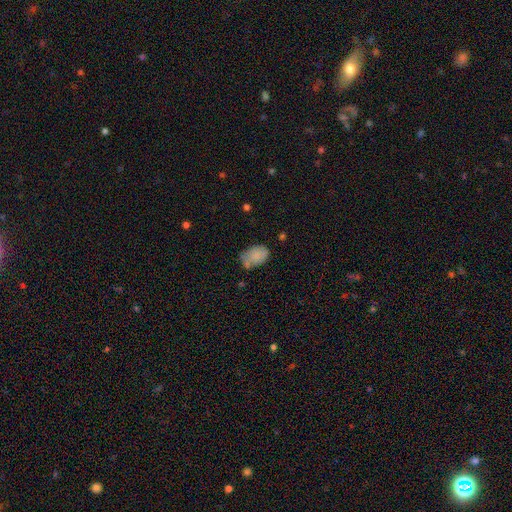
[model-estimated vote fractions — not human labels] Smooth or featured?
  - smooth: 81% *
  - featured or disk: 10%
  - star or artifact: 9%
How rounded?
  - in between: 85% *
  - round: 14%
  - cigar-shaped: 1%
Merging?
  - none: 50% *
  - minor disturbance: 29%
  - merger: 12%
  - major disturbance: 9%